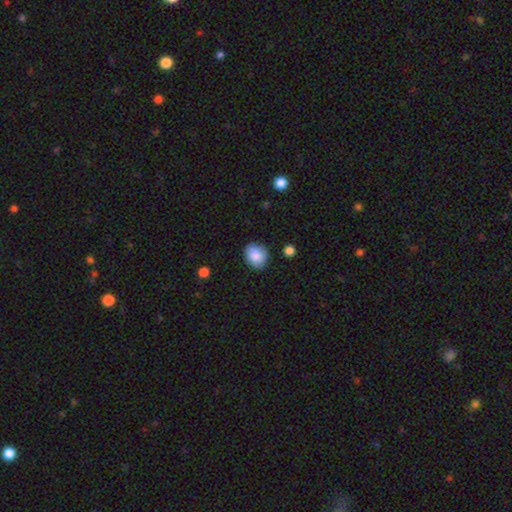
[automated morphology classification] Q: Smooth or featured?
A: smooth (82%); runner-up: featured or disk (10%)
Q: How rounded?
A: round (58%); runner-up: in between (41%)
Q: Merging?
A: none (78%); runner-up: minor disturbance (17%)